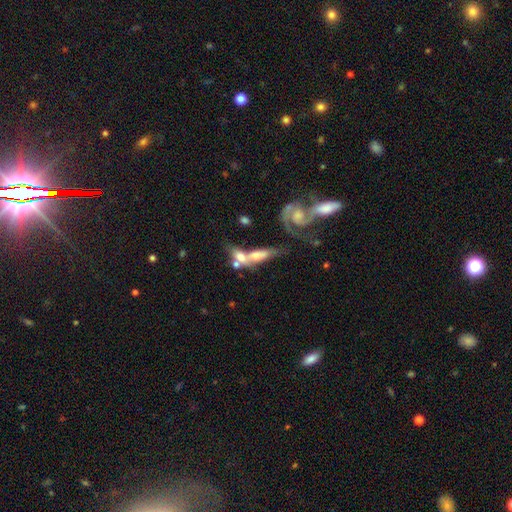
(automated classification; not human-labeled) smooth-or-featured: featured or disk: 46% | smooth: 45% | star or artifact: 9%
  merging: merger: 59% | none: 19% | major disturbance: 13% | minor disturbance: 10%